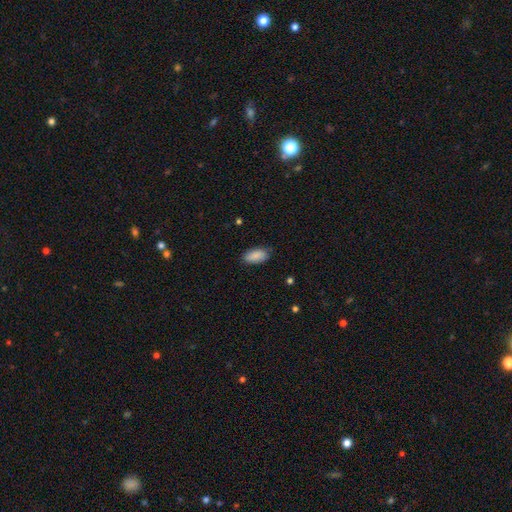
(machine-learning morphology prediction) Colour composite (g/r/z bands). It shows a smooth galaxy with no disk features (88%) that is in between round and cigar-shaped (91%). Merging: none (81%).